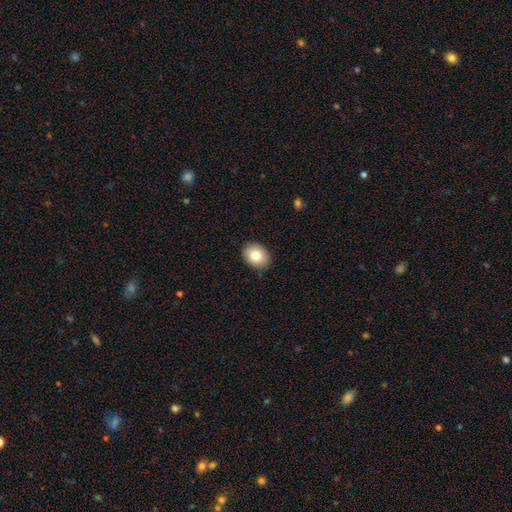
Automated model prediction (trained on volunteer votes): smooth-or-featured: smooth: 82% | featured or disk: 10% | star or artifact: 8%
  how-rounded: in between: 59% | round: 40% | cigar-shaped: 1%
  merging: none: 90% | minor disturbance: 8% | major disturbance: 2% | merger: 1%